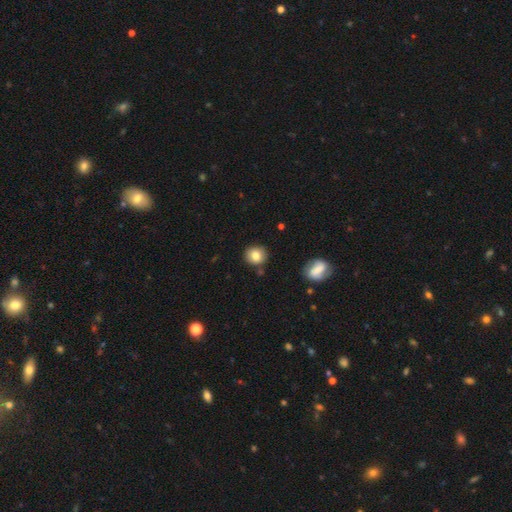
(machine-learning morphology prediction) smooth 81%, featured or disk 10%, star or artifact 10%. Down the decision tree: how rounded — round (84%); merging — none (84%).